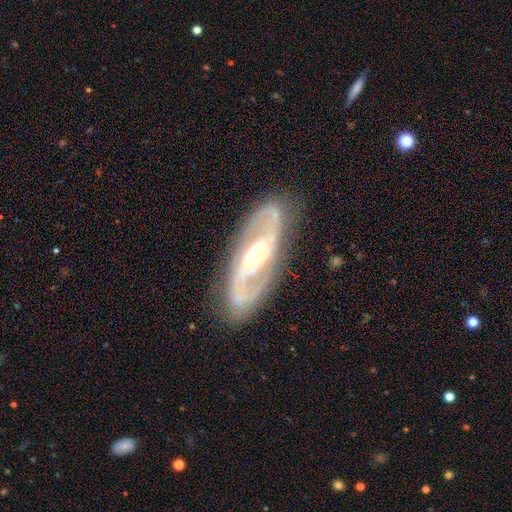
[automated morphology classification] This is clearly a featured or disk galaxy (89%). It is clearly not viewed edge-on (93%). Bar: marginally weak (37%). Spiral arm pattern: clearly yes (96%). Spiral arm count: clearly 2 (93%). Spiral winding: possibly medium (53%). Central bulge: likely moderate (60%). Merging: clearly none (85%).